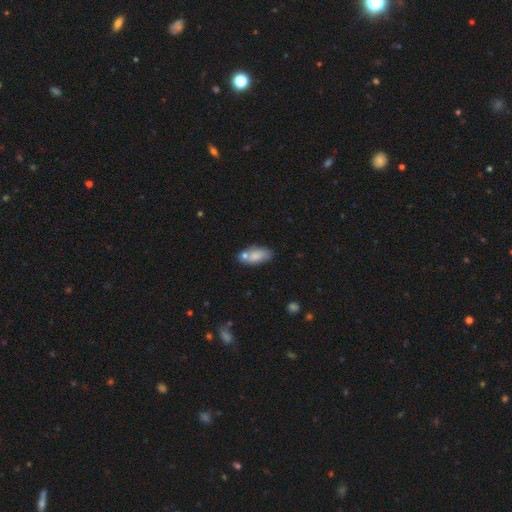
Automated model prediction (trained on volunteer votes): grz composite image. It shows a smooth galaxy with no disk features (74%) that is in between round and cigar-shaped (87%). Merging: none (51%).